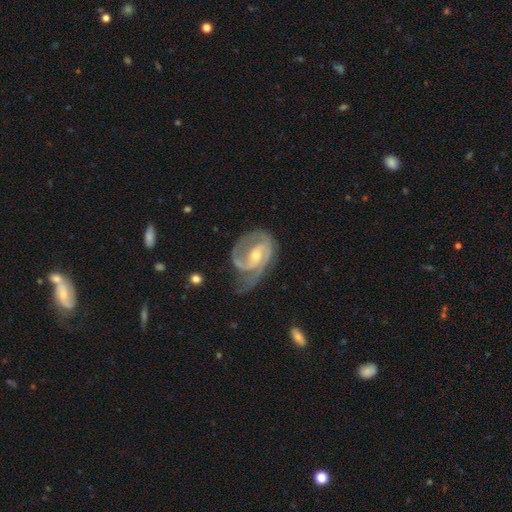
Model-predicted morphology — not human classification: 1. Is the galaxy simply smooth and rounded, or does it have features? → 89% featured or disk, 7% smooth, 4% star or artifact.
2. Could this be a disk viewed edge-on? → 97% no, 3% yes.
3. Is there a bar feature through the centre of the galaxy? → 43% weak, 41% no, 16% strong.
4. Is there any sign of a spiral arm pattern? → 95% yes, 5% no.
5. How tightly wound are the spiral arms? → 45% medium, 40% tight, 16% loose.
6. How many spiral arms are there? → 62% 2, 14% 1, 10% can't tell, 9% 3, 2% 4, 2% more than 4.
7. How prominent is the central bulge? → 53% moderate, 44% small, 2% large, 1% none, 1% dominant.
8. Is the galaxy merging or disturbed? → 44% none, 27% minor disturbance, 26% major disturbance, 3% merger.